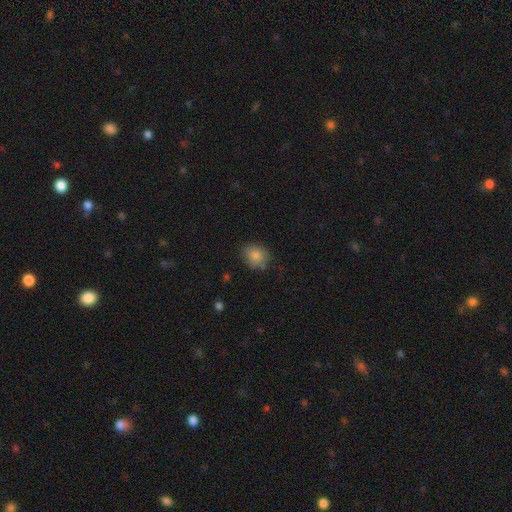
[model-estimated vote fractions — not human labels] Smooth or featured: smooth — 84% (star or artifact — 9%)
How rounded: round — 58% (in between — 41%)
Merging: none — 75% (minor disturbance — 18%)